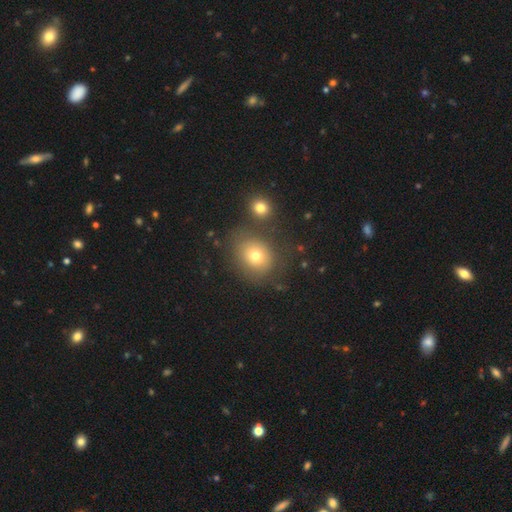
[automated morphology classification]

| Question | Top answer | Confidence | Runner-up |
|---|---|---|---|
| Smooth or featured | smooth | 73% | star or artifact (14%) |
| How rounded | round | 65% | in between (34%) |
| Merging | none | 70% | minor disturbance (13%) |